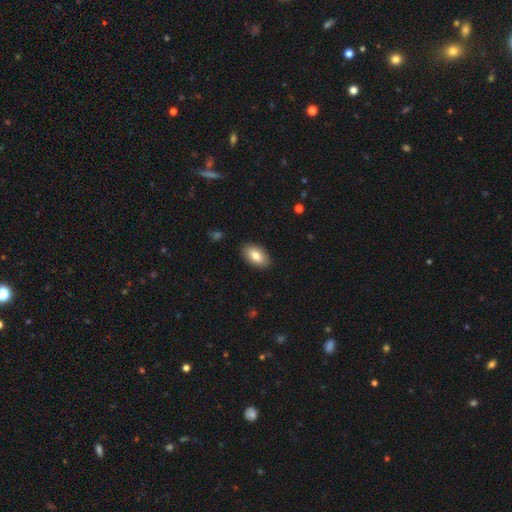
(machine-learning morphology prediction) The model was most divided on "smooth or featured": smooth: 80%, featured or disk: 14%, star or artifact: 6%. More confident: how rounded — in between (93%); merging — none (89%).